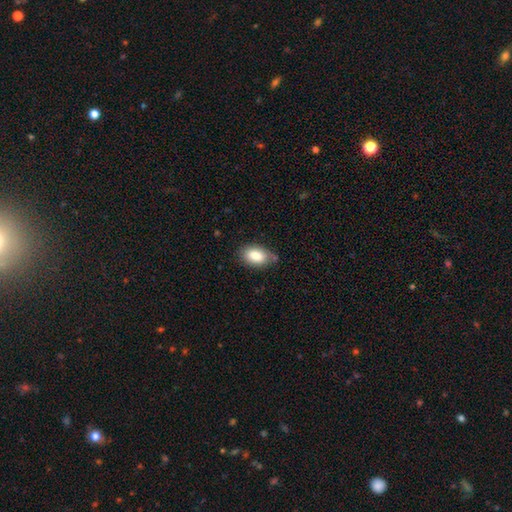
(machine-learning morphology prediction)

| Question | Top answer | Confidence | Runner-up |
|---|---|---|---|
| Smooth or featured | smooth | 83% | featured or disk (9%) |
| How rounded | in between | 90% | round (8%) |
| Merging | none | 71% | minor disturbance (22%) |